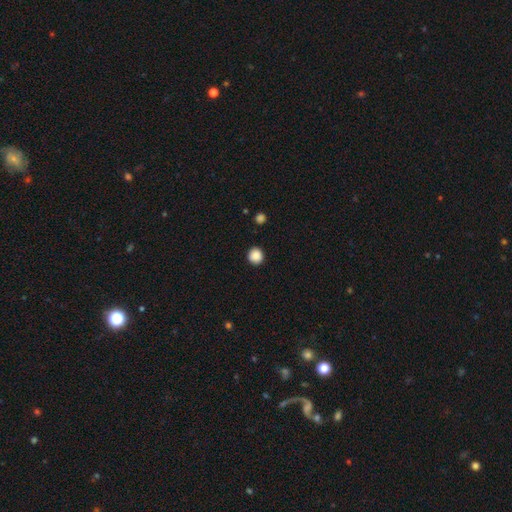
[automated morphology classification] Smooth or featured?
  - smooth: 88% *
  - star or artifact: 9%
  - featured or disk: 3%
How rounded?
  - round: 91% *
  - in between: 8%
  - cigar-shaped: 1%
Merging?
  - none: 91% *
  - minor disturbance: 6%
  - major disturbance: 2%
  - merger: 1%